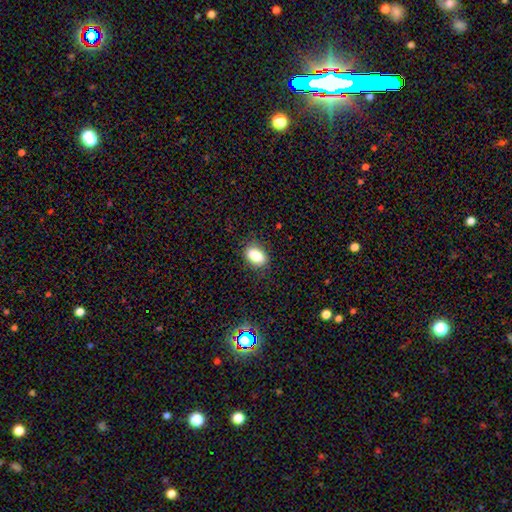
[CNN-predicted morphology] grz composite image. It shows a smooth galaxy with no disk features (85%) that is in between round and cigar-shaped (87%). Merging: none (84%).